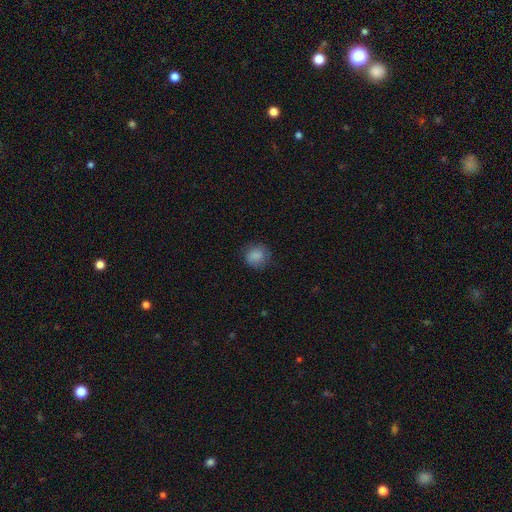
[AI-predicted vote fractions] This is clearly a smooth galaxy (86%). How rounded: likely round (78%). Merging: likely none (79%).